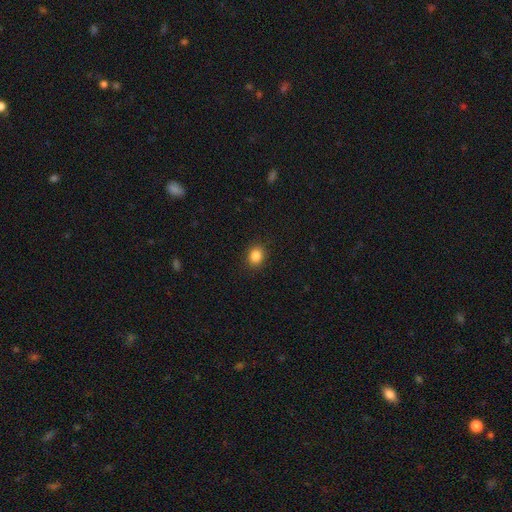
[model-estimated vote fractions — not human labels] Smooth or featured?
  - smooth: 85% *
  - star or artifact: 10%
  - featured or disk: 4%
How rounded?
  - round: 56% *
  - in between: 43%
  - cigar-shaped: 1%
Merging?
  - none: 90% *
  - minor disturbance: 7%
  - major disturbance: 2%
  - merger: 1%